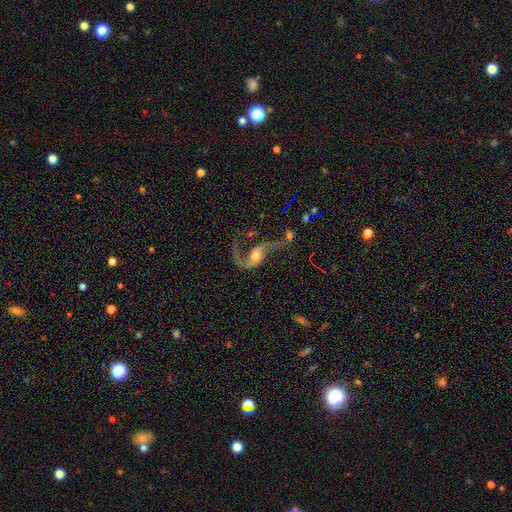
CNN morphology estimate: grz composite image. It shows a featured or disk galaxy (84%) with no bar (55%), 2 (82%) loose (84%) spiral arms (92%) and a moderate central bulge (59%). Merging: none (38%).